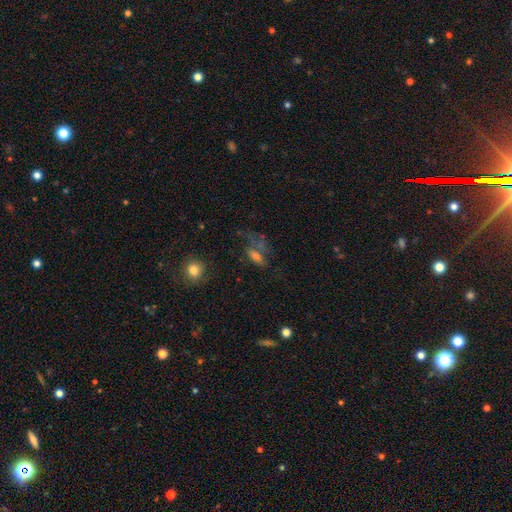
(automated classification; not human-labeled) Q: Smooth or featured?
A: smooth (51%); runner-up: featured or disk (30%)
Q: How rounded?
A: in between (78%); runner-up: cigar-shaped (12%)
Q: Merging?
A: none (35%); tied with: major disturbance (35%)